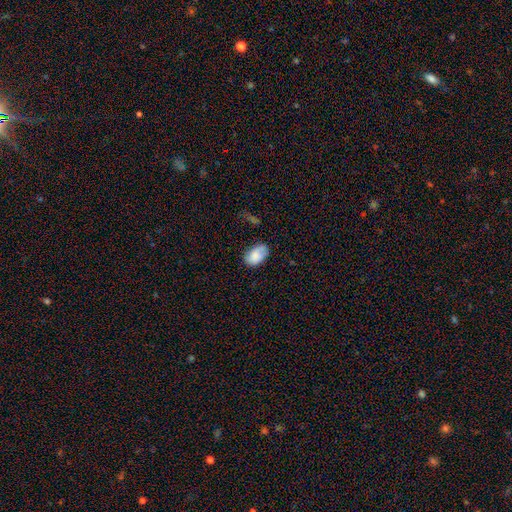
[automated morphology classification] Smooth or featured? smooth (81%)
How rounded? in between (91%)
Merging? none (61%)